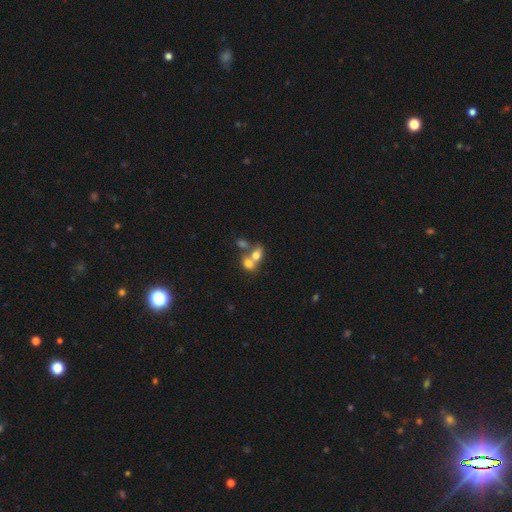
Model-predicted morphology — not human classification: Smooth or featured? Predicted: smooth (p=0.70). How rounded? Predicted: in between (p=0.60). Merging? Predicted: merger (p=0.65).